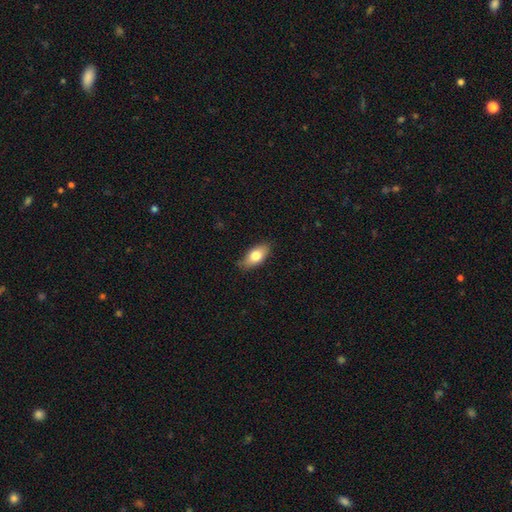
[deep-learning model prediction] A smooth galaxy with no disk features (76%) that is in between round and cigar-shaped (88%). Merging: none (82%).